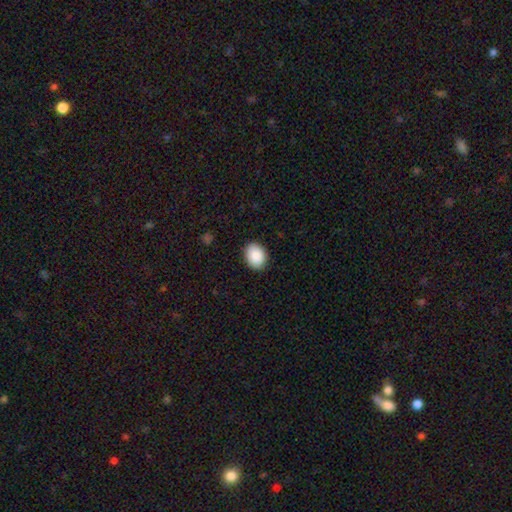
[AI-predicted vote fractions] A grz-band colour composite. It shows a smooth galaxy with no disk features (90%) that is in between round and cigar-shaped (68%). Merging: none (90%).